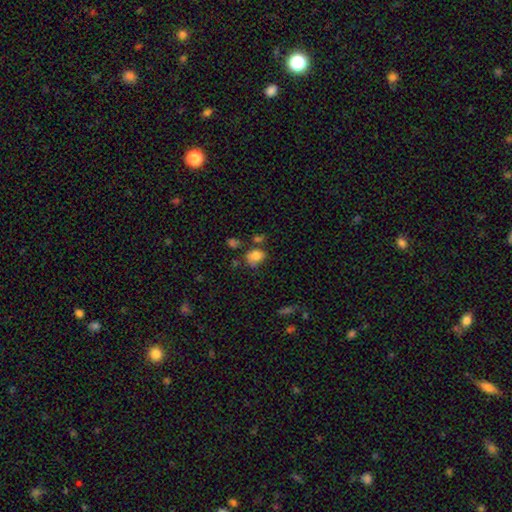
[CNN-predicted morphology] This is likely a smooth galaxy (79%). How rounded: likely in between (63%). Merging: possibly none (46%).